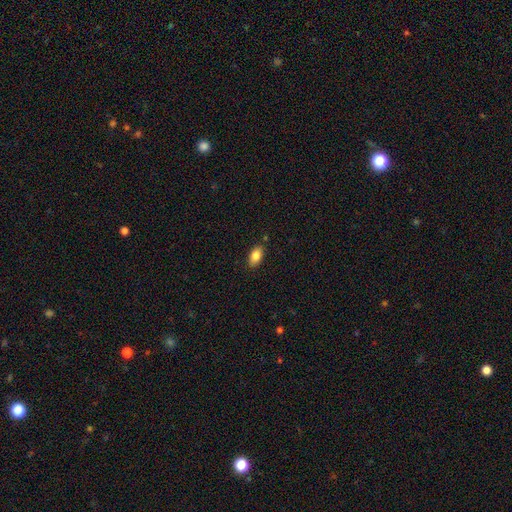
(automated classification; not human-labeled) Smooth or featured? Predicted: smooth (p=0.83). How rounded? Predicted: in between (p=0.91). Merging? Predicted: none (p=0.85).